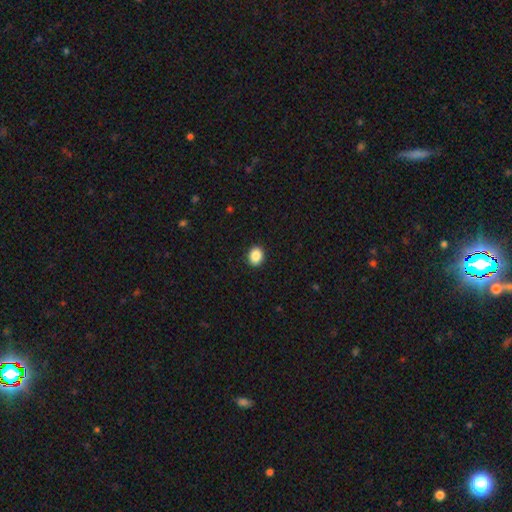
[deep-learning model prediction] This is clearly a smooth galaxy (88%). How rounded: possibly round (53%). Merging: clearly none (92%).